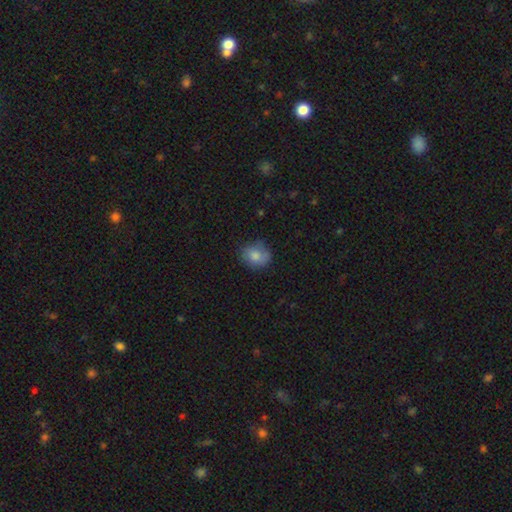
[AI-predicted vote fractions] Overall: smooth (79%). How rounded: round (67%; in between 32%). Merging: none (69%).